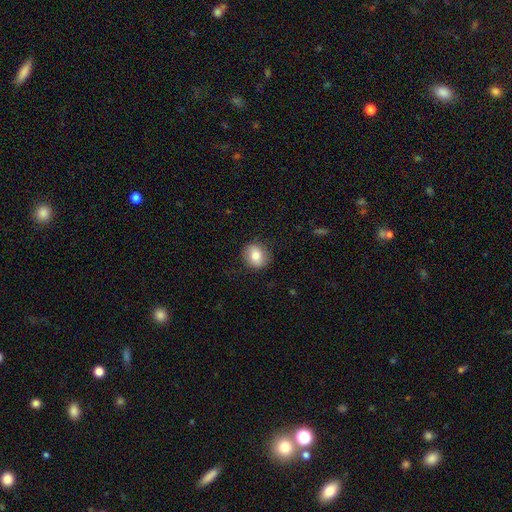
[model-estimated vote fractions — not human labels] smooth_or_featured: smooth (p=0.78) [alt: featured or disk p=0.14]
how_rounded: round (p=0.73) [alt: in between p=0.26]
merging: none (p=0.86) [alt: minor disturbance p=0.10]